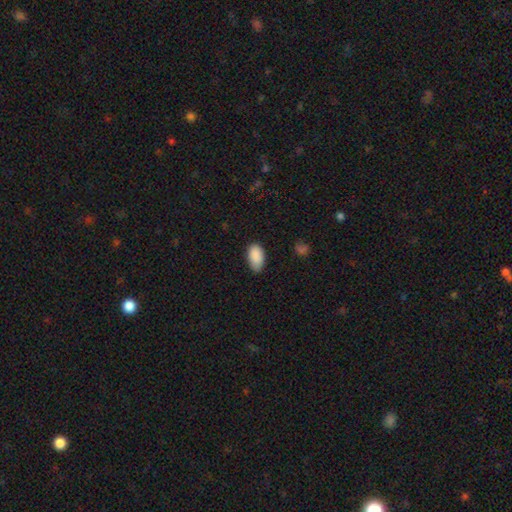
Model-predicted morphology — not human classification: Smooth or featured?
  - smooth: 89% *
  - star or artifact: 7%
  - featured or disk: 3%
How rounded?
  - in between: 94% *
  - round: 4%
  - cigar-shaped: 2%
Merging?
  - none: 71% *
  - minor disturbance: 24%
  - major disturbance: 3%
  - merger: 1%